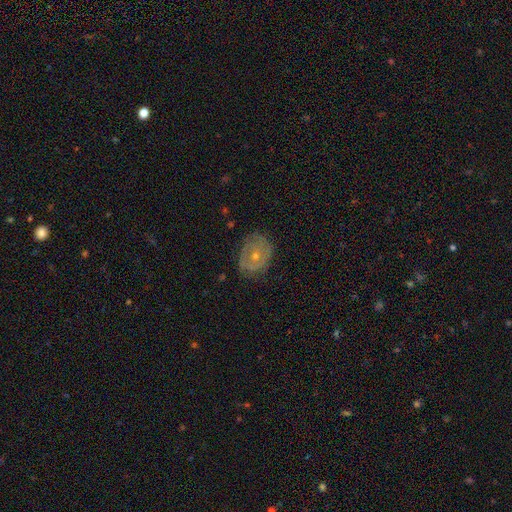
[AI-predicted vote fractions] A featured or disk galaxy (66%) with no bar (80%), spiral arms (64%) and a small central bulge (54%). Merging: none (76%).